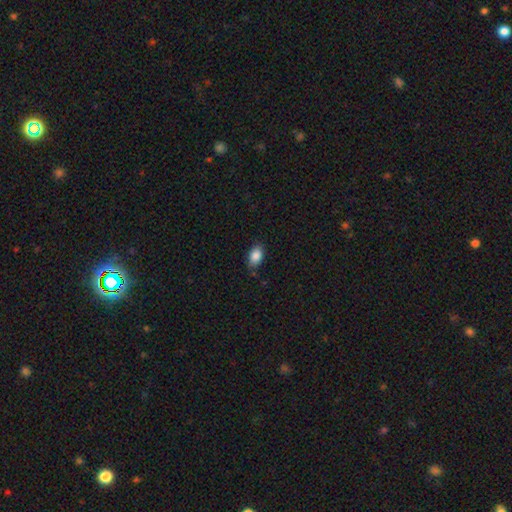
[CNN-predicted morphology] A smooth galaxy with no disk features (87%) that is in between round and cigar-shaped (89%). Merging: none (82%).